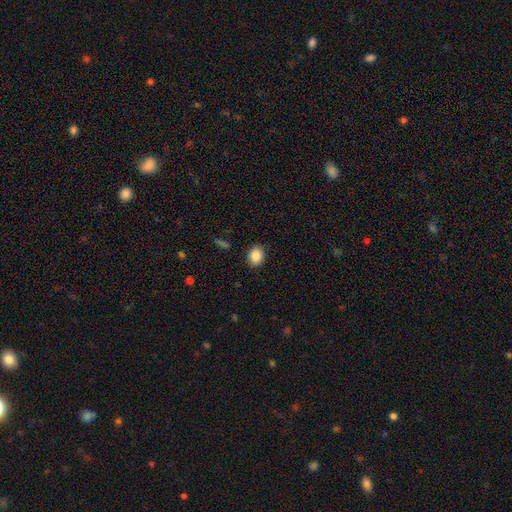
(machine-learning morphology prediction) Smooth or featured? Predicted: smooth (p=0.87). How rounded? Predicted: round (p=0.53). Merging? Predicted: none (p=0.89).